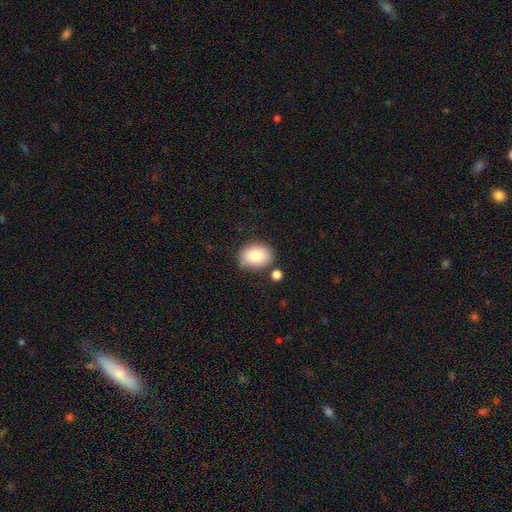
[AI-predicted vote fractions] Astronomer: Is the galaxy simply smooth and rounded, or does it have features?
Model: smooth — 85%.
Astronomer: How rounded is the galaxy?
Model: in between — 74%.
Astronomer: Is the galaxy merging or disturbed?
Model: none — 74%.